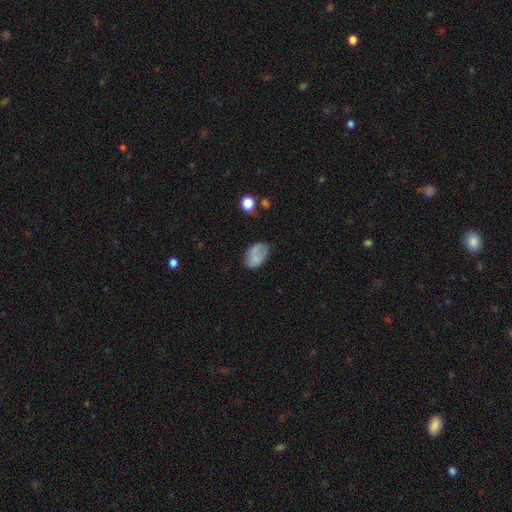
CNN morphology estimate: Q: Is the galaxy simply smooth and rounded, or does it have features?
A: smooth — 72%.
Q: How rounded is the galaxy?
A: in between — 88%.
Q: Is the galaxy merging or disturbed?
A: none — 54%.